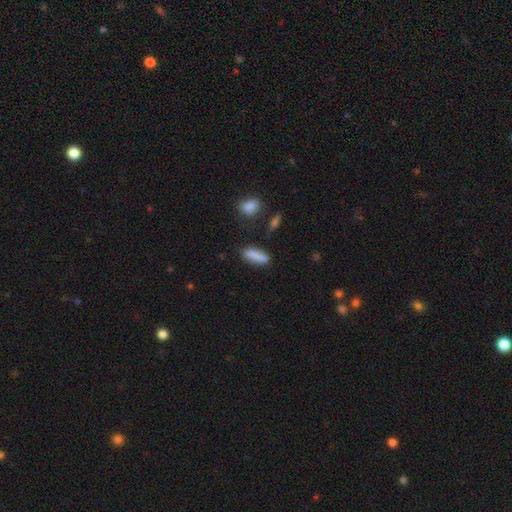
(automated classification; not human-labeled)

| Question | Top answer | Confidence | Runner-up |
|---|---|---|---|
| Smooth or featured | smooth | 85% | star or artifact (7%) |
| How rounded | in between | 50% | cigar-shaped (48%) |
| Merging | none | 78% | minor disturbance (14%) |